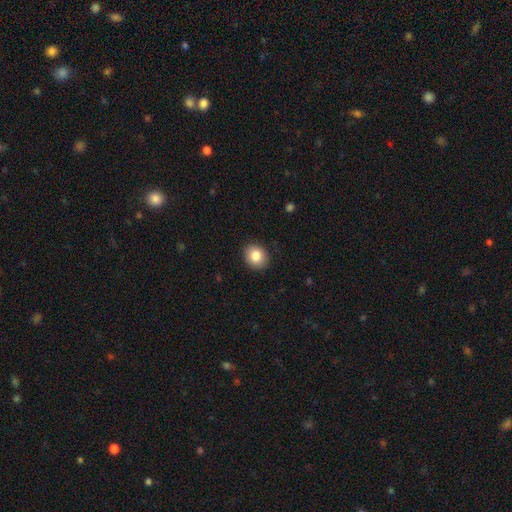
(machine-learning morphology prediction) A smooth galaxy with no disk features (85%) that is round (68%). Merging: none (89%).